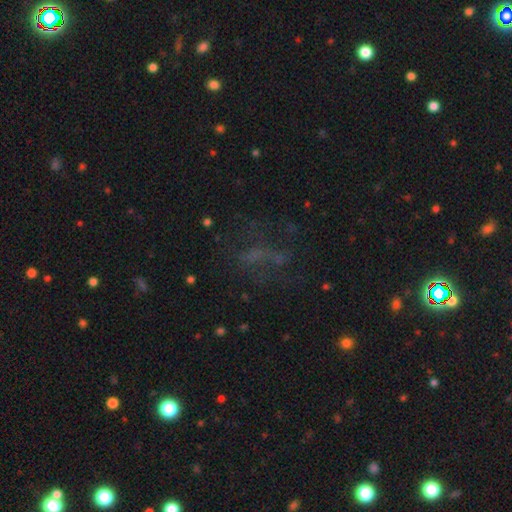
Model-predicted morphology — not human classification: A smooth galaxy with no disk features (34%). Merging: none (49%).